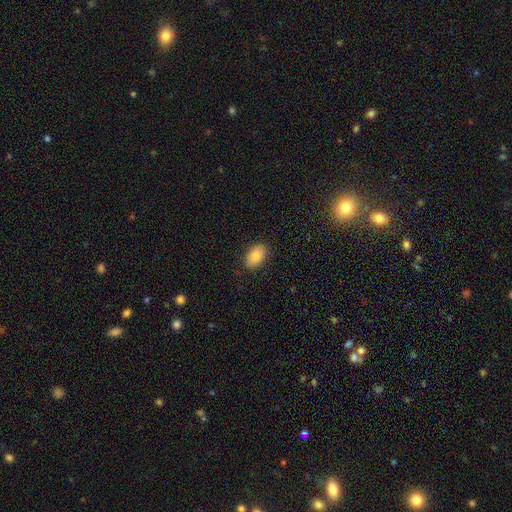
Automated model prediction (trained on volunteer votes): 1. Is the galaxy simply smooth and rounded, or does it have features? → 85% smooth, 8% featured or disk, 8% star or artifact.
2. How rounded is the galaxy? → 90% in between, 9% round, 1% cigar-shaped.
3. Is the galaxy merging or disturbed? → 88% none, 9% minor disturbance, 2% major disturbance, 1% merger.